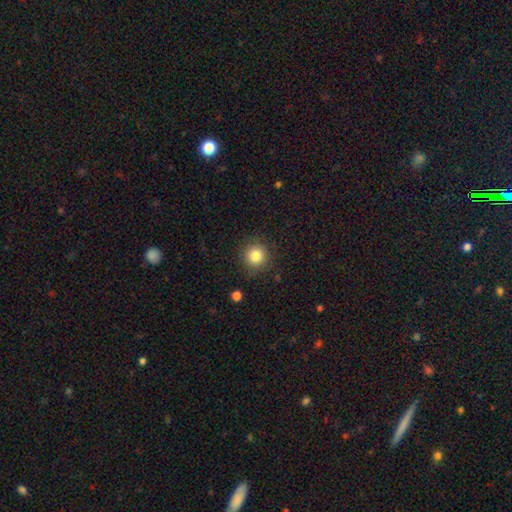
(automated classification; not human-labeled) Morphology: type=smooth (84%); roundness=round (93%); merging=none (87%).